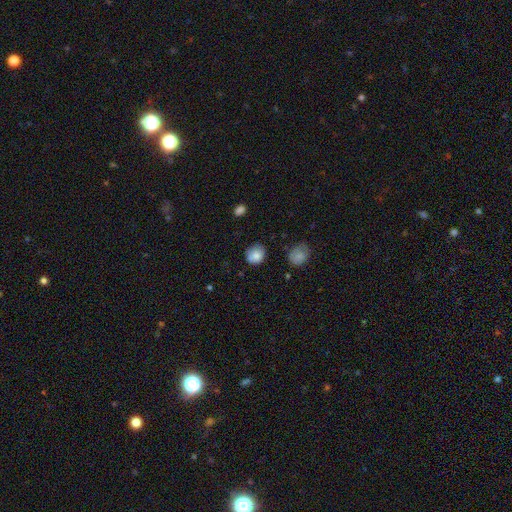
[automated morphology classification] smooth-or-featured: smooth: 83% | star or artifact: 9% | featured or disk: 8%
  how-rounded: round: 80% | in between: 19% | cigar-shaped: 1%
  merging: none: 72% | minor disturbance: 21% | major disturbance: 4% | merger: 2%